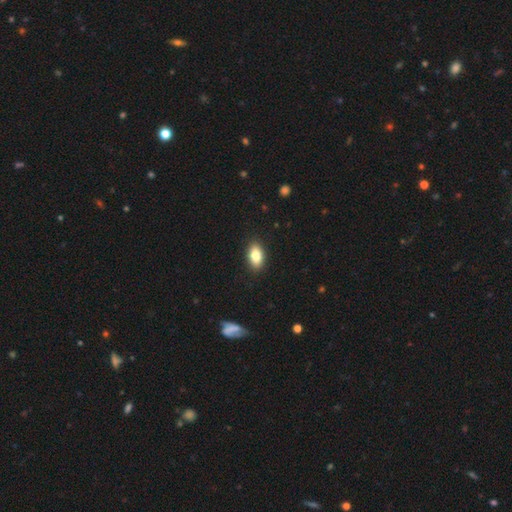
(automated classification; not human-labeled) Smooth or featured?
  - smooth: 83% *
  - featured or disk: 10%
  - star or artifact: 8%
How rounded?
  - in between: 90% *
  - round: 7%
  - cigar-shaped: 3%
Merging?
  - none: 89% *
  - minor disturbance: 8%
  - major disturbance: 2%
  - merger: 1%